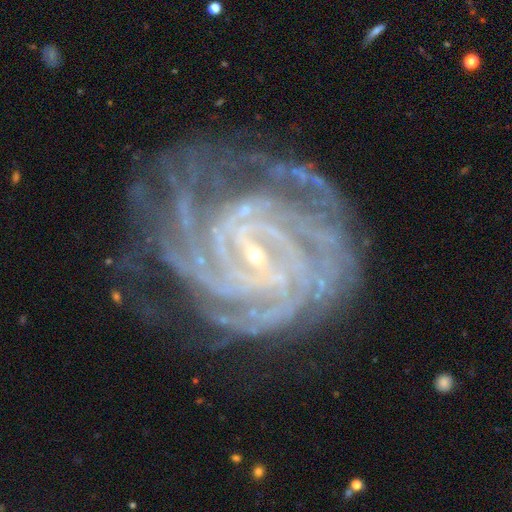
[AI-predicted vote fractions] Morphology: type=featured or disk (91%); edge-on=no (98%); bar=weak (44%); spiral arms=yes (98%); winding=tight (82%); arm count=4 (29%); bulge=small (84%); merging=none (66%).